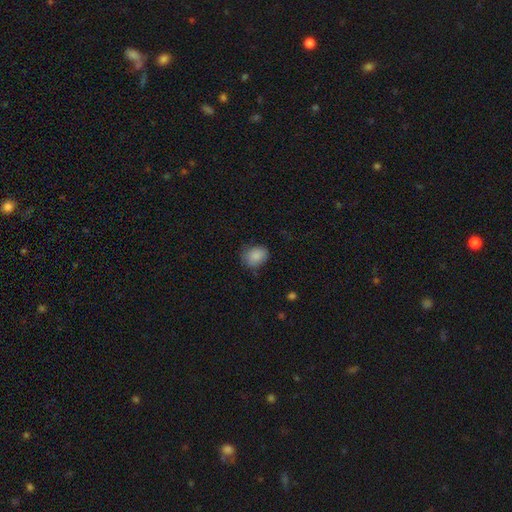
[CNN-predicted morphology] A smooth galaxy with no disk features (87%) that is in between round and cigar-shaped (52%).

Vote fractions:
- Smooth or featured? smooth: 87% / star or artifact: 8% / featured or disk: 5%
- How rounded? in between: 52% / round: 47% / cigar-shaped: 1%
- Merging? none: 73% / minor disturbance: 21% / major disturbance: 4% / merger: 1%